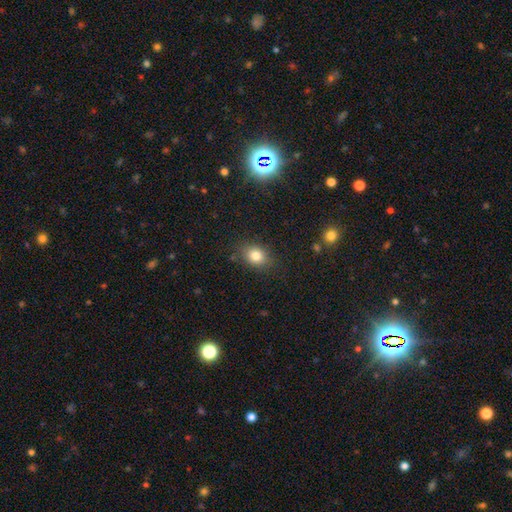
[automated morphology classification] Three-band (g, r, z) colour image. It shows a smooth galaxy with no disk features (82%) that is in between round and cigar-shaped (53%). Merging: none (82%).